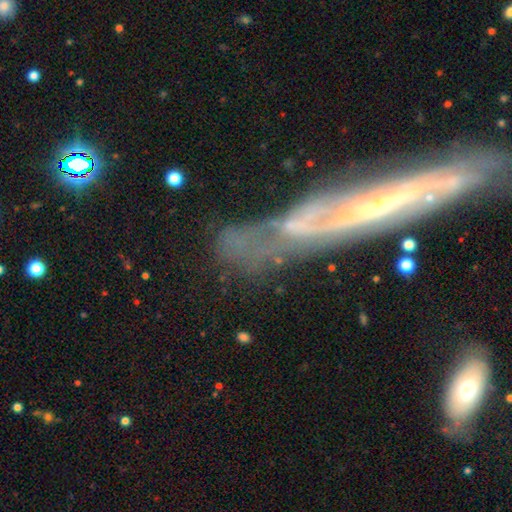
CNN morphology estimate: The model was most divided on "edge-on disk": no: 55%, yes: 45%. More confident: smooth or featured — featured or disk (72%); merging — none (54%).